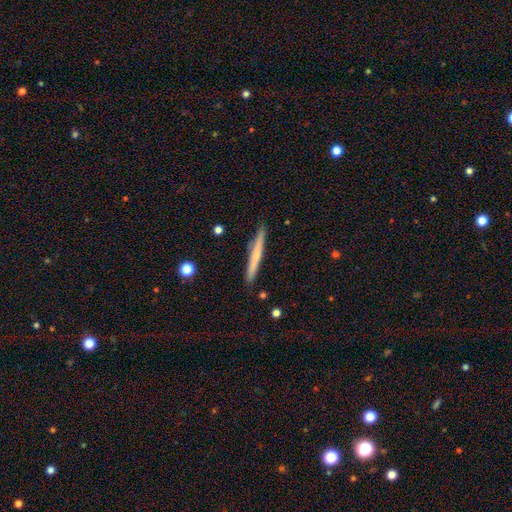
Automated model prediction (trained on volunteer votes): This is possibly a smooth galaxy (53%). How rounded: clearly cigar-shaped (97%). Merging: clearly none (91%).